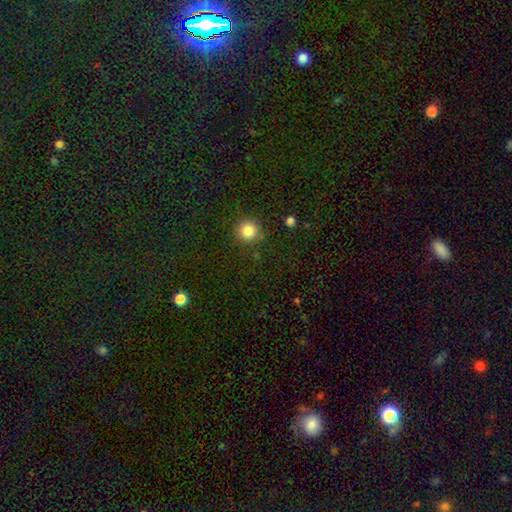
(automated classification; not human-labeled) Morphology: type=star or artifact (56%).